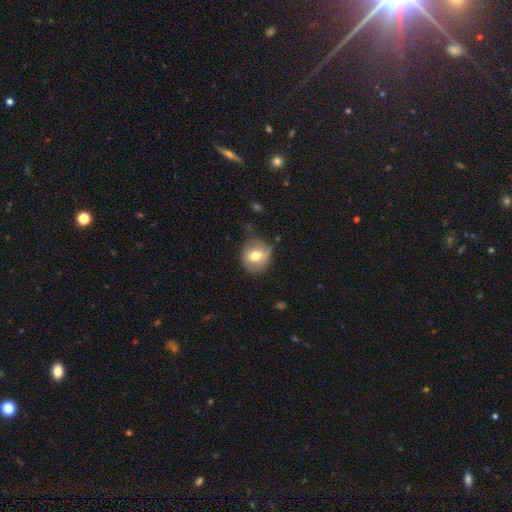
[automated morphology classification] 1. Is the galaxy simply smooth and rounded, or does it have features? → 67% smooth, 24% featured or disk, 9% star or artifact.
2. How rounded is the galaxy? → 82% round, 17% in between, 1% cigar-shaped.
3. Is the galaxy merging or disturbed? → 63% none, 27% minor disturbance, 8% major disturbance, 3% merger.